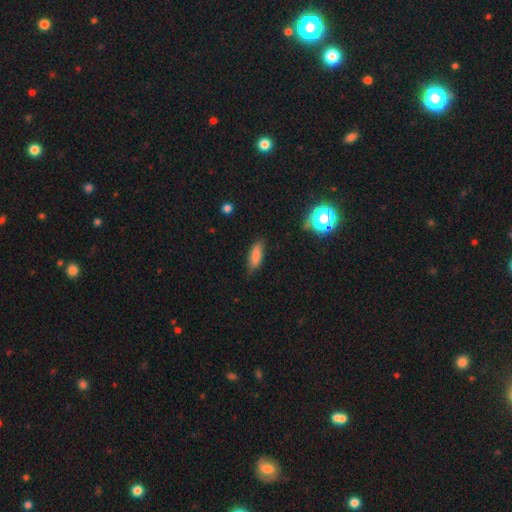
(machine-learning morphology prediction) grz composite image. It shows a smooth galaxy with no disk features (81%) that is in between round and cigar-shaped (58%). Merging: none (77%).